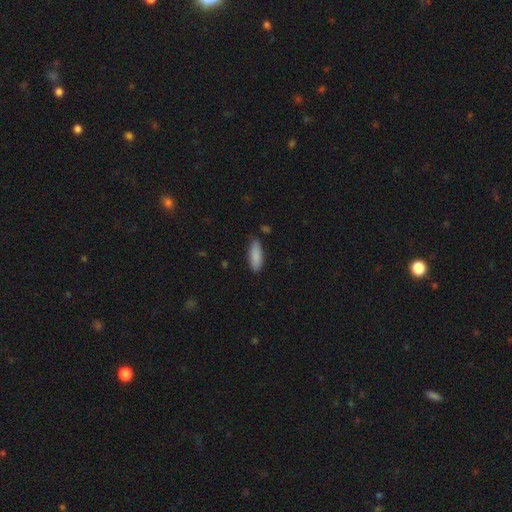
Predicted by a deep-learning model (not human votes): This appears to be a smooth galaxy with no disk features (88%) that is in between round and cigar-shaped (68%). Merging: none (79%).